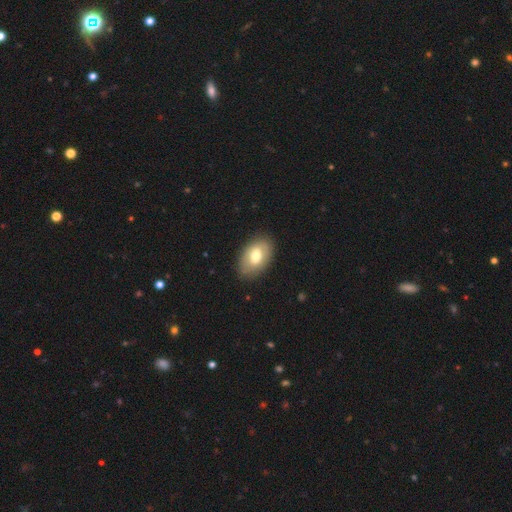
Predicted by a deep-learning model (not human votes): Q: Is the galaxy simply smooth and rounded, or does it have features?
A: smooth — 69%.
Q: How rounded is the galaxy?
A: in between — 90%.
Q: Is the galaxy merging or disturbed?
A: none — 85%.